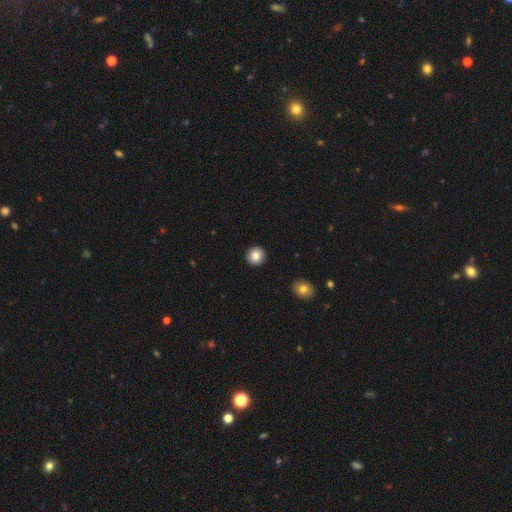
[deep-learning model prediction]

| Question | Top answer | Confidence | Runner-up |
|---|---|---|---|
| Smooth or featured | smooth | 84% | star or artifact (9%) |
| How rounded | round | 94% | in between (5%) |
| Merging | none | 93% | minor disturbance (4%) |